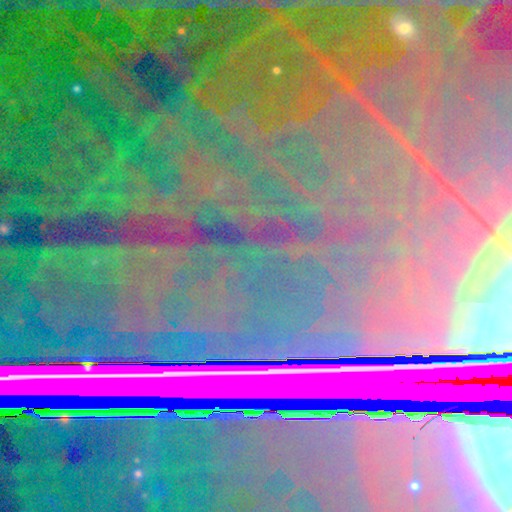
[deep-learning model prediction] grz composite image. It shows a star or artifact, not a galaxy (87%).